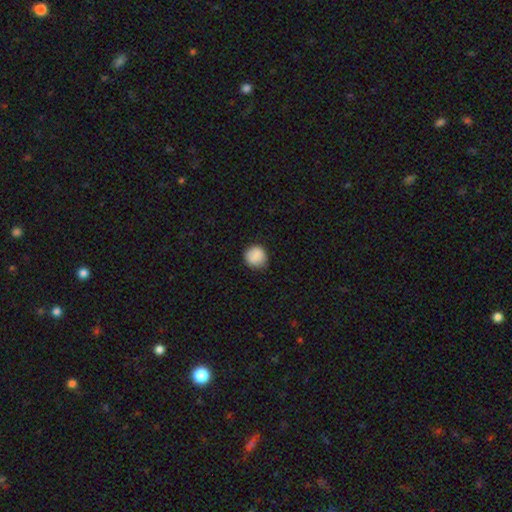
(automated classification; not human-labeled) Q: Smooth or featured?
A: smooth (86%); runner-up: star or artifact (8%)
Q: How rounded?
A: round (89%); runner-up: in between (10%)
Q: Merging?
A: none (83%); runner-up: minor disturbance (13%)